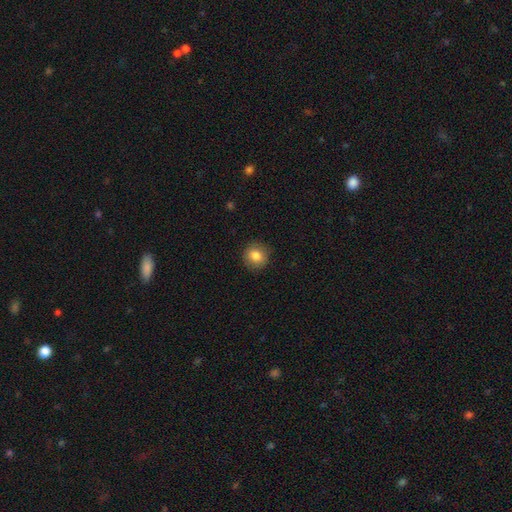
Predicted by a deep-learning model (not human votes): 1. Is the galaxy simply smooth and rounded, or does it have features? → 83% smooth, 9% star or artifact, 8% featured or disk.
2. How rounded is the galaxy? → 89% round, 10% in between, 1% cigar-shaped.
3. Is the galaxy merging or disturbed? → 89% none, 8% minor disturbance, 2% major disturbance, 1% merger.